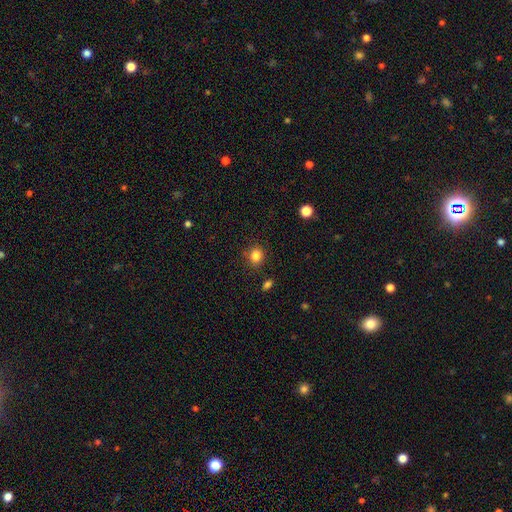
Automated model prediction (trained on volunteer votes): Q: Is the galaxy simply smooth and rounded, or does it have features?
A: smooth — 84%.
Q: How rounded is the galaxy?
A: round — 78%.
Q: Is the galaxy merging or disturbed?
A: none — 85%.